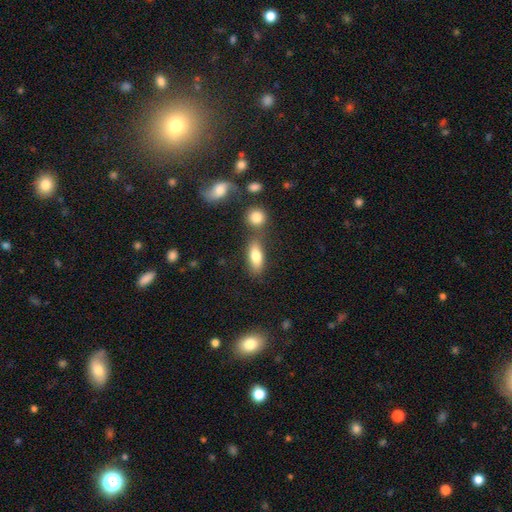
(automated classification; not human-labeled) This is likely a smooth galaxy (77%). How rounded: likely in between (77%). Merging: likely none (63%).